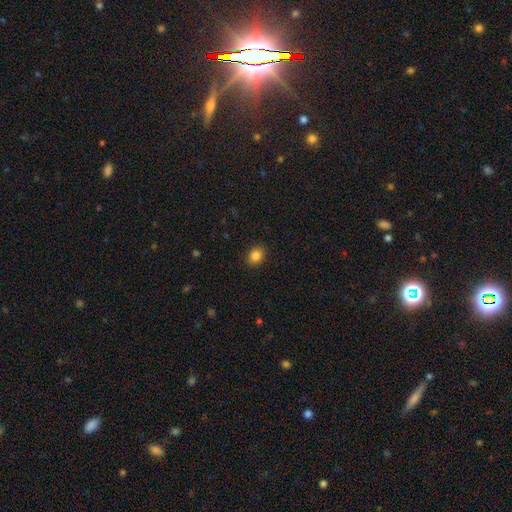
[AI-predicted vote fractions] This appears to be a smooth galaxy with no disk features (85%) that is round (58%). Merging: none (90%).